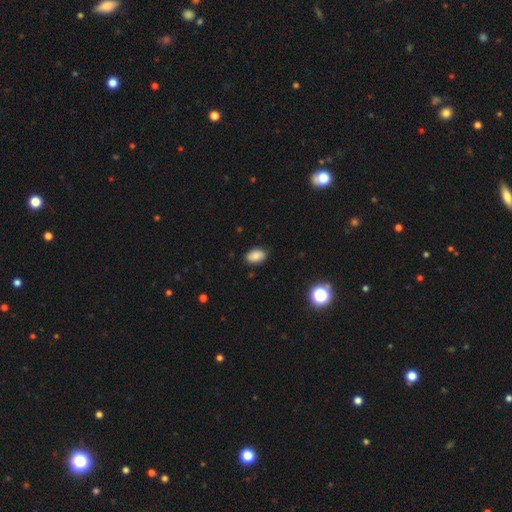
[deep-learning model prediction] smooth 84%, star or artifact 10%, featured or disk 6%. Down the decision tree: how rounded — in between (88%); merging — none (85%).